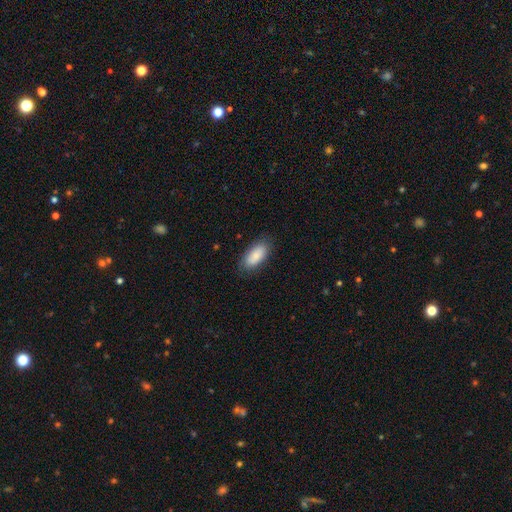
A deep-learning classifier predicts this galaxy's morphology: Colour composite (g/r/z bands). It shows a smooth galaxy with no disk features (85%) that is in between round and cigar-shaped (89%). Merging: none (84%).